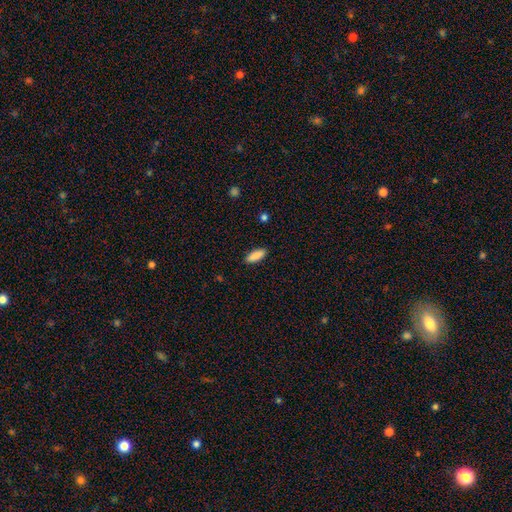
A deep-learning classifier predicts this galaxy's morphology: smooth-or-featured: smooth: 88% | star or artifact: 6% | featured or disk: 6%
  how-rounded: in between: 60% | cigar-shaped: 38% | round: 2%
  merging: none: 89% | minor disturbance: 8% | major disturbance: 2% | merger: 1%